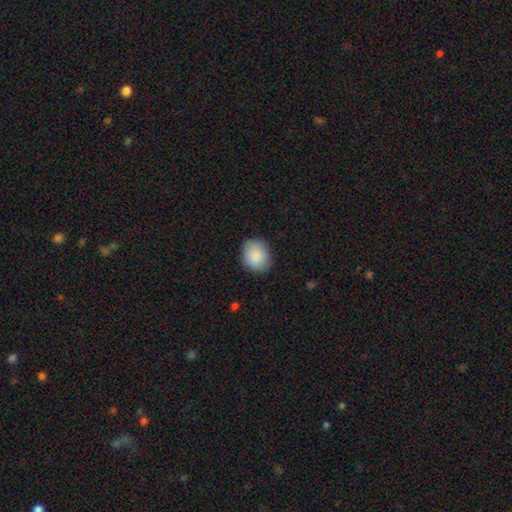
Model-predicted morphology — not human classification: This is clearly a smooth galaxy (89%). How rounded: possibly round (60%). Merging: clearly none (83%).